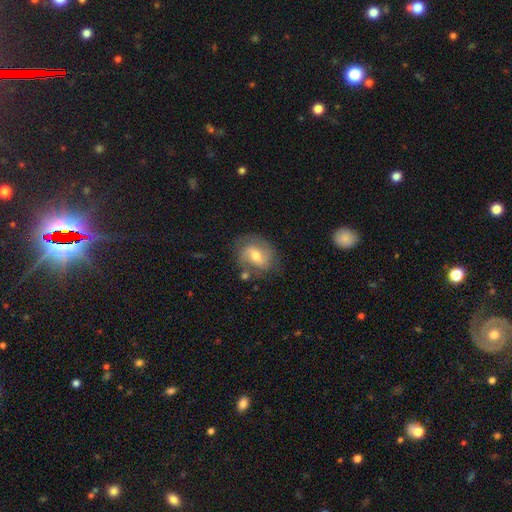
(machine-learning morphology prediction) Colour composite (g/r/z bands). It shows a featured or disk galaxy (56%) with a weak bar (48%), spiral arms (77%) and a moderate central bulge (67%). Merging: none (66%).